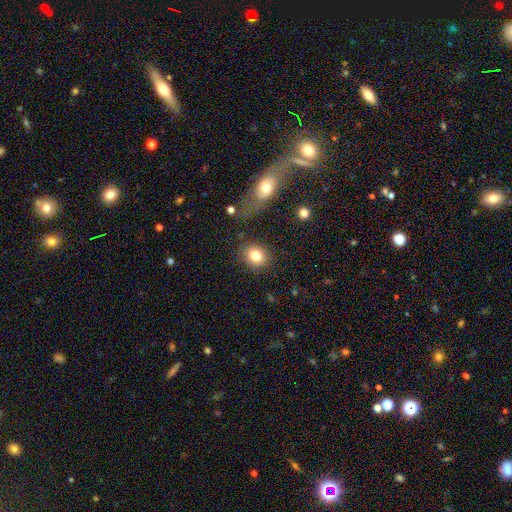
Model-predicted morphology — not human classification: smooth_or_featured: smooth (p=0.81) [alt: star or artifact p=0.10]
how_rounded: round (p=0.63) [alt: in between p=0.36]
merging: none (p=0.82) [alt: minor disturbance p=0.10]